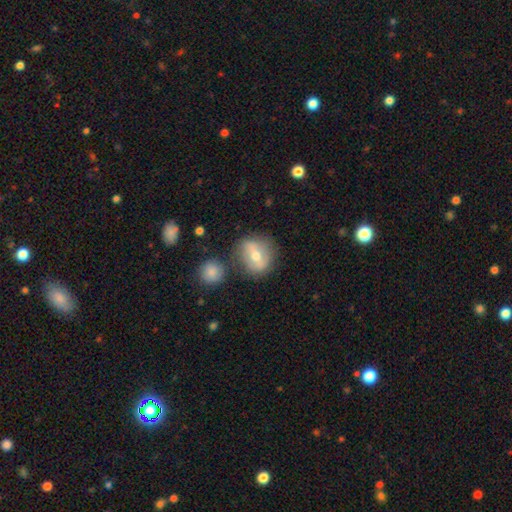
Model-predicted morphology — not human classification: This appears to be a smooth galaxy with no disk features (48%). Merging: none (72%).